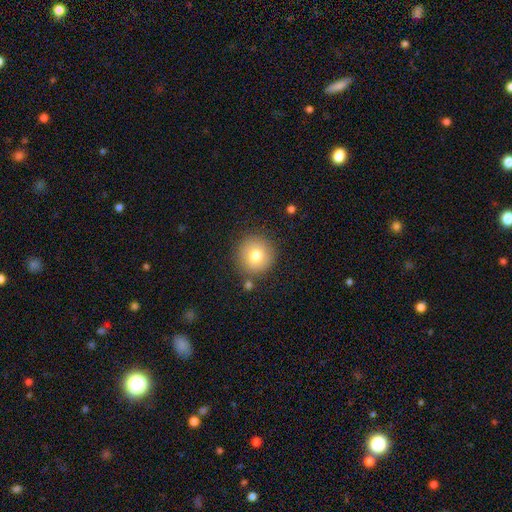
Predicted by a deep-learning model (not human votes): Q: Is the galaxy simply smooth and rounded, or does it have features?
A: smooth — 77%.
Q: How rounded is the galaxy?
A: round — 94%.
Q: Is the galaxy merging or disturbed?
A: none — 84%.